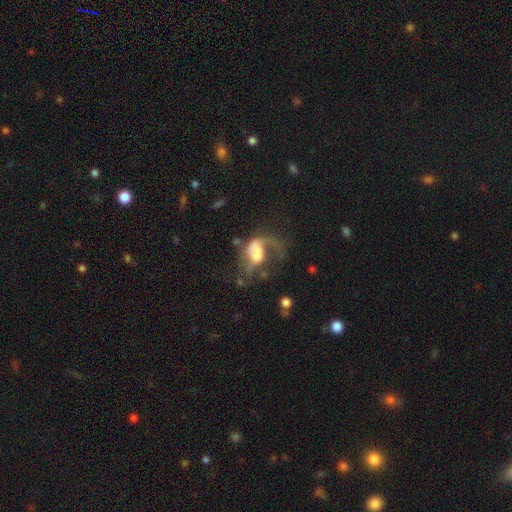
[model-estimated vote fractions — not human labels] Smooth or featured: featured or disk — 65% (smooth — 24%)
Edge-on disk: no — 96% (yes — 4%)
Bar: no — 59% (weak — 31%)
Spiral arms: yes — 71% (no — 29%)
Bulge size: moderate — 35% (large — 23%)
Merging: major disturbance — 50% (none — 28%)